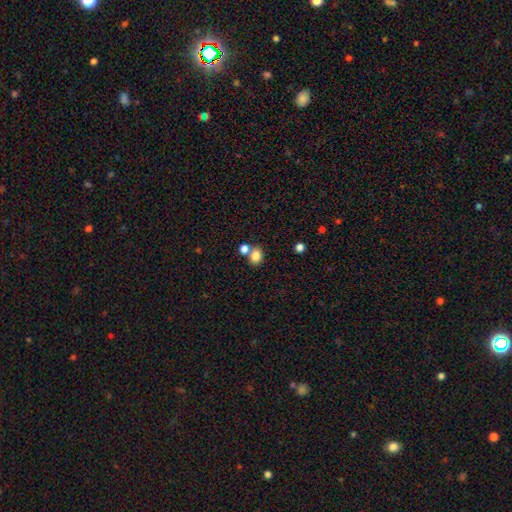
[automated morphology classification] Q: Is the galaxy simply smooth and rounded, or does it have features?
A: smooth — 83%.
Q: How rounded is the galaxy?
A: round — 51%.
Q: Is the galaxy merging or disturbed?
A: none — 56%.